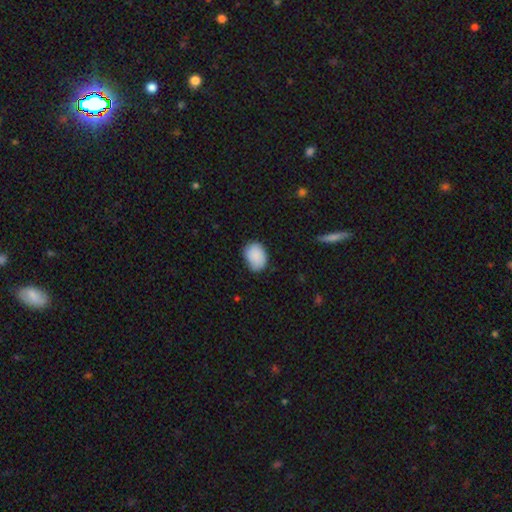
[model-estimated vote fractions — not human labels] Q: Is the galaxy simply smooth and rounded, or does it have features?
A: smooth — 86%.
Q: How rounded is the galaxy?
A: in between — 70%.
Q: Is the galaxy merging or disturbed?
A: none — 69%.